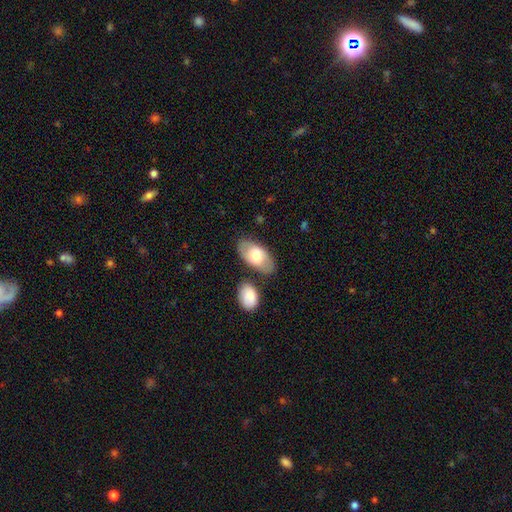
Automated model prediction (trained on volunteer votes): A smooth galaxy with no disk features (67%) that is in between round and cigar-shaped (94%). Merging: none (72%).